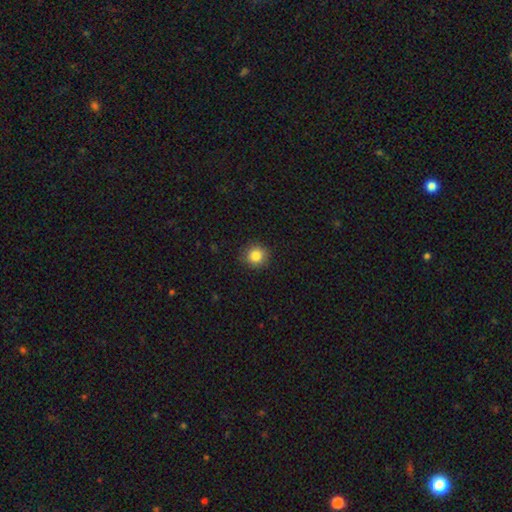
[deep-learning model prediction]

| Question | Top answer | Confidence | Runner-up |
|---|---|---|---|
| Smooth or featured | smooth | 85% | star or artifact (10%) |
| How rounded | round | 92% | in between (7%) |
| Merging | none | 90% | minor disturbance (7%) |